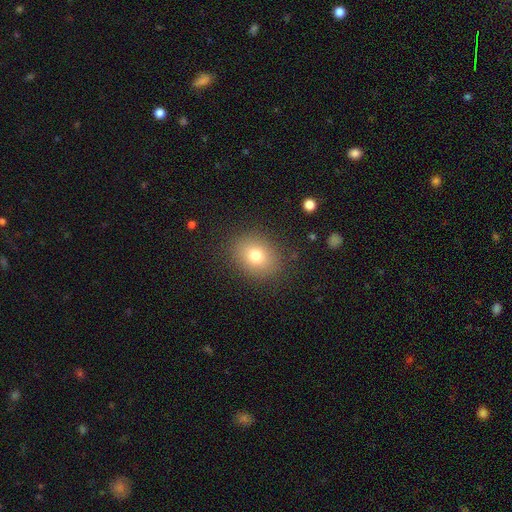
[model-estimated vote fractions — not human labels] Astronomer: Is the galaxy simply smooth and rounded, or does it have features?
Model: smooth — 77%.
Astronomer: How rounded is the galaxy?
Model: round — 53% (runner-up: in between, 46%).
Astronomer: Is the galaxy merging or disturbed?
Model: none — 86%.